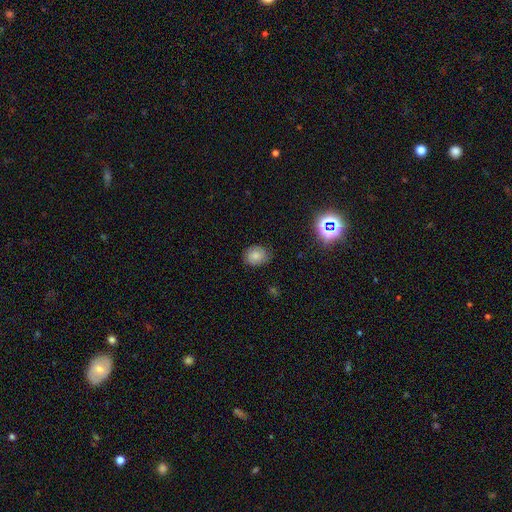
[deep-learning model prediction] The model was most divided on "how rounded": round: 56%, in between: 43%, cigar-shaped: 1%. More confident: merging — none (81%); smooth or featured — smooth (72%).